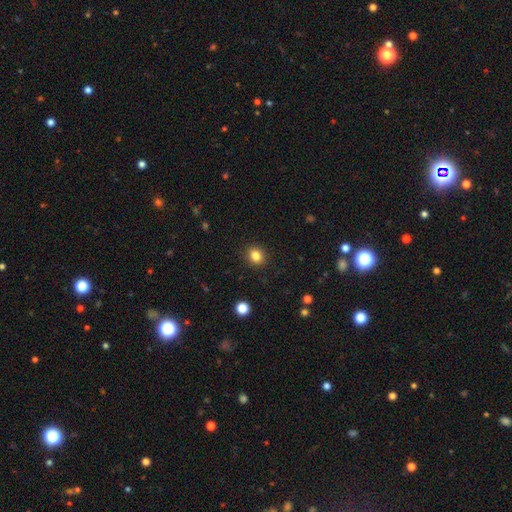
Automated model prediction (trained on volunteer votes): A smooth galaxy with no disk features (83%) that is round (73%).

Vote fractions:
- Smooth or featured? smooth: 83% / star or artifact: 12% / featured or disk: 5%
- How rounded? round: 73% / in between: 27% / cigar-shaped: 1%
- Merging? none: 91% / minor disturbance: 6% / major disturbance: 2% / merger: 1%